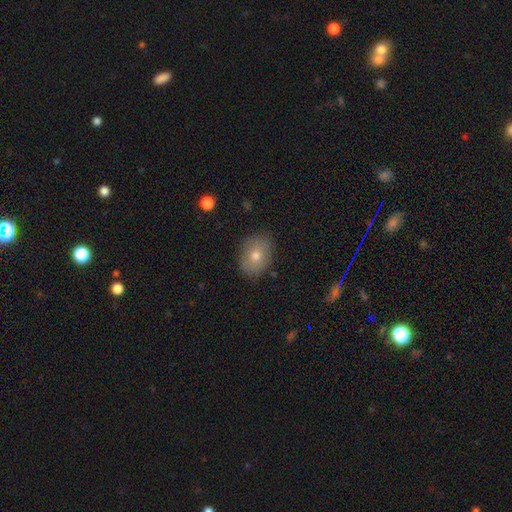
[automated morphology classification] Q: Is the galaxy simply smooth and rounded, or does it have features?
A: smooth — 72%.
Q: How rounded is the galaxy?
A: in between — 62%.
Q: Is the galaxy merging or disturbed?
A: none — 85%.